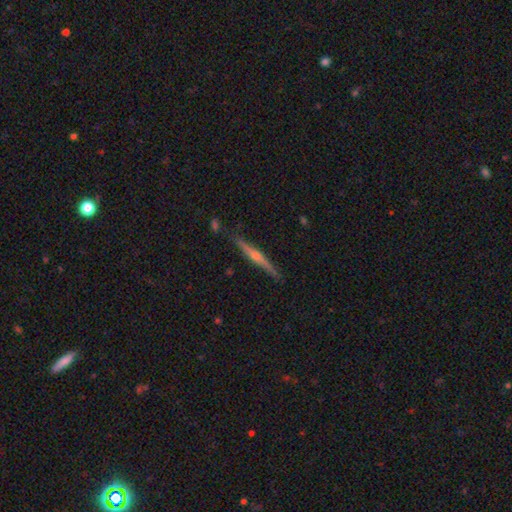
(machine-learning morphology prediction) This appears to be a featured or disk galaxy (75%) viewed edge-on (98%) with a rounded central bulge (79%). Merging: none (85%).